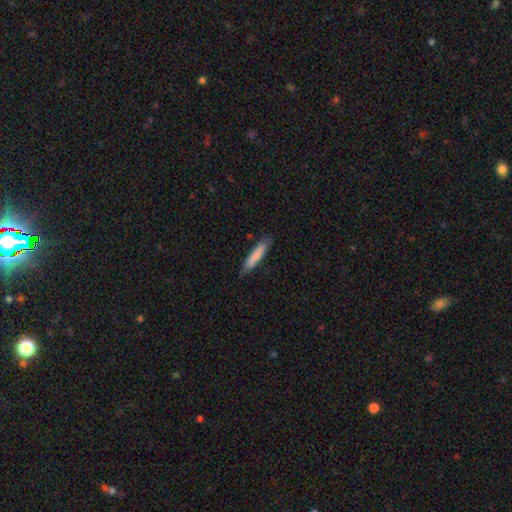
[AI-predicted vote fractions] This appears to be a smooth galaxy with no disk features (80%) that is cigar-shaped (90%). Merging: none (83%).